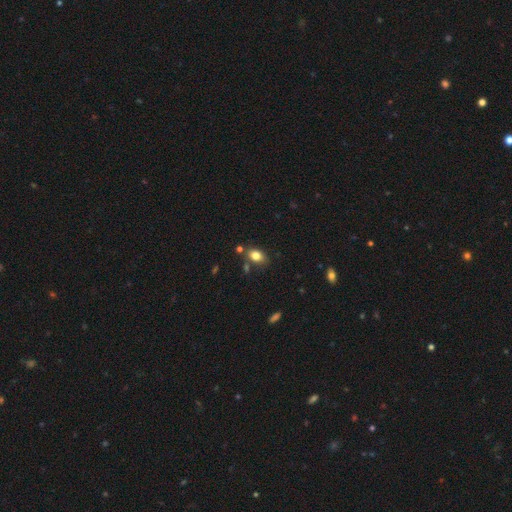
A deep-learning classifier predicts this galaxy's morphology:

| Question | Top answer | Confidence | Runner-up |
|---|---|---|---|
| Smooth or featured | smooth | 80% | star or artifact (10%) |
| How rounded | in between | 78% | round (20%) |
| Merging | none | 74% | minor disturbance (14%) |